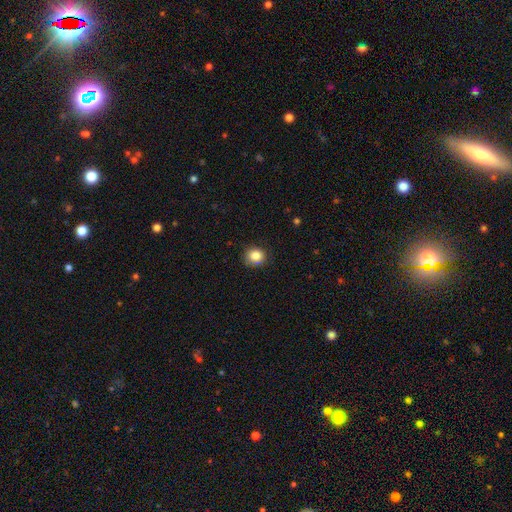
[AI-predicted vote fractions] Smooth or featured?
  - smooth: 84% *
  - star or artifact: 10%
  - featured or disk: 5%
How rounded?
  - round: 85% *
  - in between: 14%
  - cigar-shaped: 1%
Merging?
  - none: 85% *
  - minor disturbance: 11%
  - major disturbance: 2%
  - merger: 1%